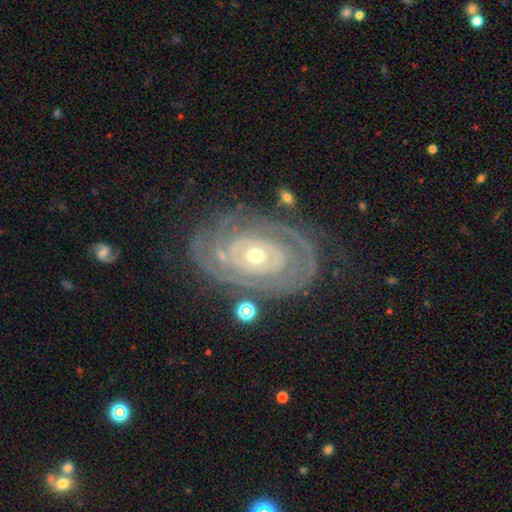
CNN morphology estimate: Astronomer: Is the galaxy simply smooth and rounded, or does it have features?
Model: featured or disk — 88%.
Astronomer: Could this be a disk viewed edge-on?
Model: no — 96%.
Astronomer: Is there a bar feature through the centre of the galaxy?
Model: no — 80%.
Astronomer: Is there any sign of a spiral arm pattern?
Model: yes — 92%.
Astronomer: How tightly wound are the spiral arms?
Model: tight — 84%.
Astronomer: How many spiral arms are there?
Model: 2 — 41% (runner-up: can't tell, 27%).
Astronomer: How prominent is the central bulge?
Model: small — 57% (runner-up: moderate, 40%).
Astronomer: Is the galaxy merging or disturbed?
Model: none — 76%.